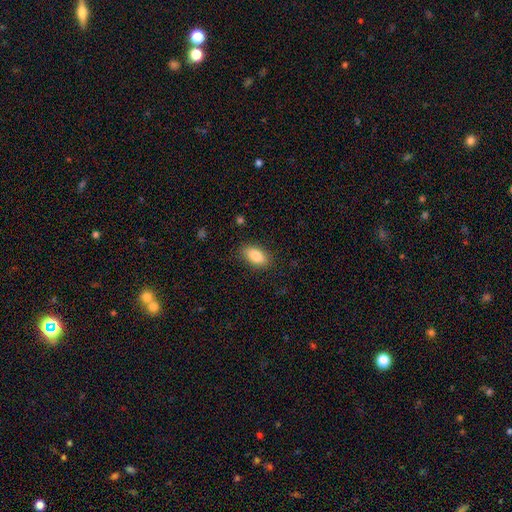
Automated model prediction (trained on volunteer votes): smooth 84%, featured or disk 9%, star or artifact 7%. Down the decision tree: how rounded — in between (90%); merging — none (85%).